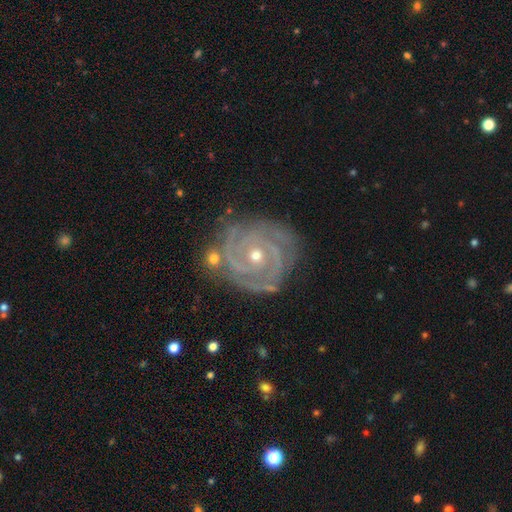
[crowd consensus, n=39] featured or disk 92%, star or artifact 8%, smooth 0%. Down the decision tree: edge-on disk — no (100%); bar — no (78%); spiral arms — yes (100%); spiral arm count — 3 (83%); spiral winding — tight (92%); bulge size — moderate (56%); merging — none (92%).